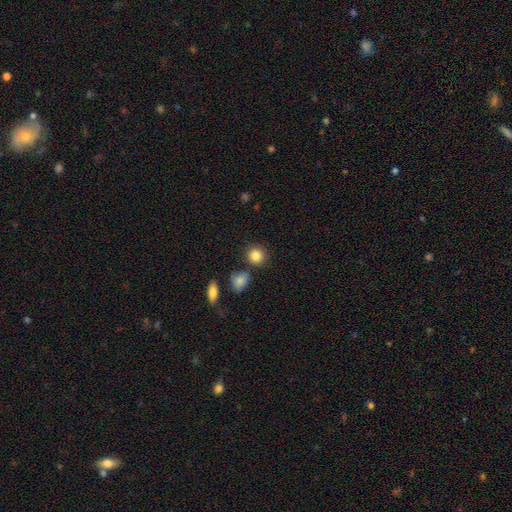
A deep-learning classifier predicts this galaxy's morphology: Smooth or featured?
  - smooth: 85% *
  - star or artifact: 10%
  - featured or disk: 6%
How rounded?
  - round: 88% *
  - in between: 11%
  - cigar-shaped: 1%
Merging?
  - none: 81% *
  - minor disturbance: 8%
  - merger: 8%
  - major disturbance: 3%